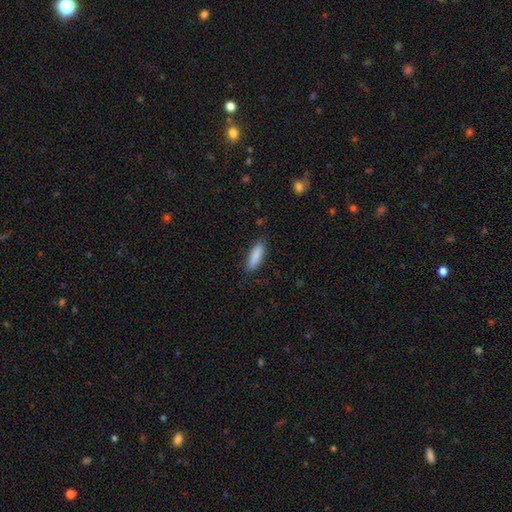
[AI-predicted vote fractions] Smooth or featured: smooth — 88% (featured or disk — 6%)
How rounded: cigar-shaped — 53% (in between — 45%)
Merging: none — 83% (minor disturbance — 13%)